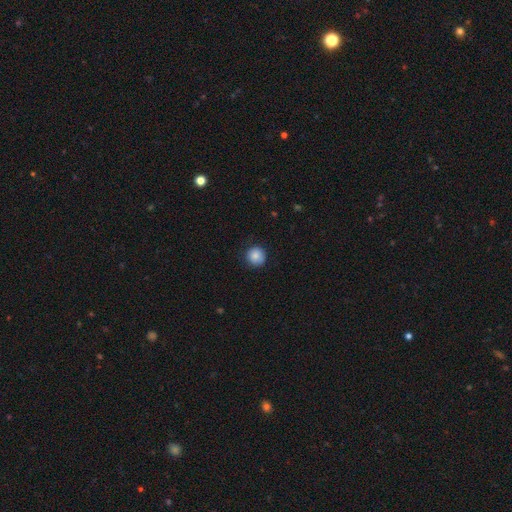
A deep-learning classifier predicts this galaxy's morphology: A smooth galaxy with no disk features (85%) that is round (93%). Merging: none (83%).